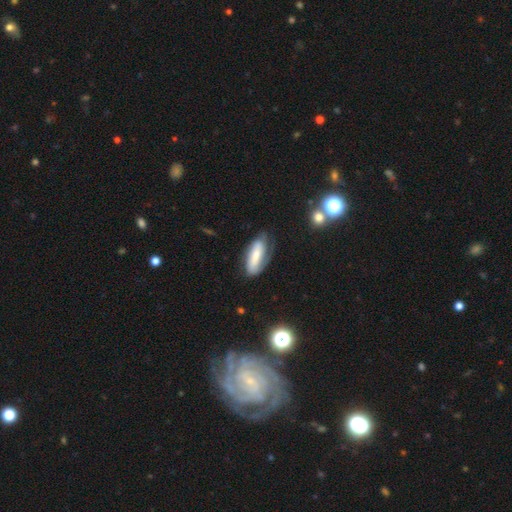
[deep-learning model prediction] Smooth or featured? Predicted: smooth (p=0.52). How rounded? Predicted: in between (p=0.70). Merging? Predicted: none (p=0.57).